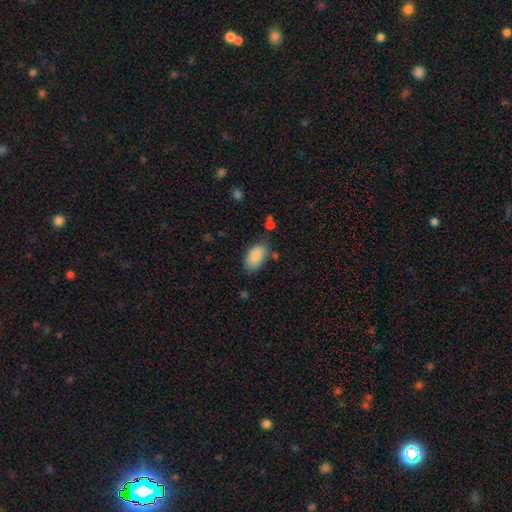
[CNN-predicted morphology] The model was most divided on "merging": none: 71%, minor disturbance: 20%, major disturbance: 5%, merger: 4%. More confident: how rounded — in between (93%); smooth or featured — smooth (88%).